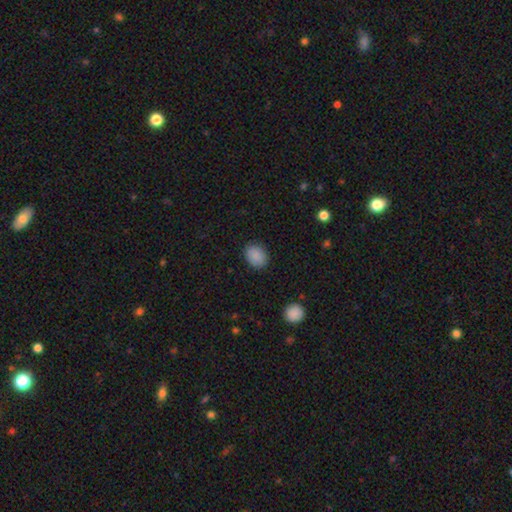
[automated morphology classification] smooth 88%, star or artifact 8%, featured or disk 4%. Down the decision tree: how rounded — in between (55%); merging — none (87%).